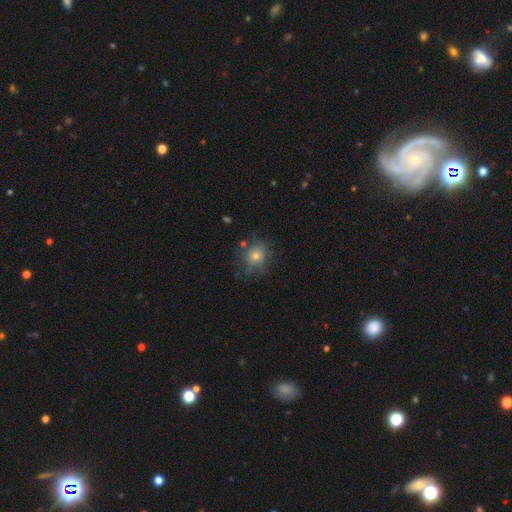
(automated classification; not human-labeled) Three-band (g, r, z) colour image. It shows a smooth galaxy with no disk features (61%) that is round (79%). Merging: none (67%).